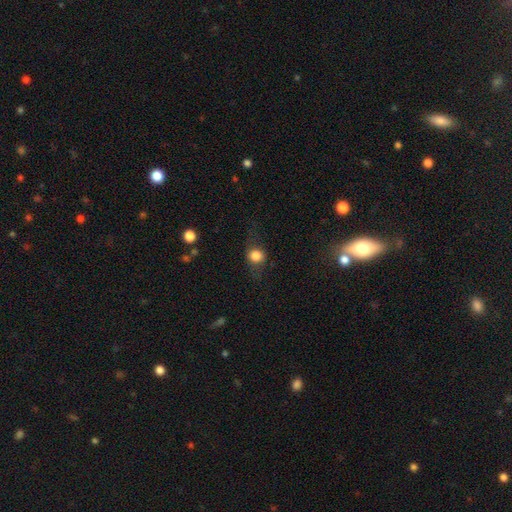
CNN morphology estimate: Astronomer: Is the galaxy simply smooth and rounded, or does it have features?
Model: smooth — 75%.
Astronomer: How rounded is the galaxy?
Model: round — 80%.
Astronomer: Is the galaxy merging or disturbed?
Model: none — 67%.